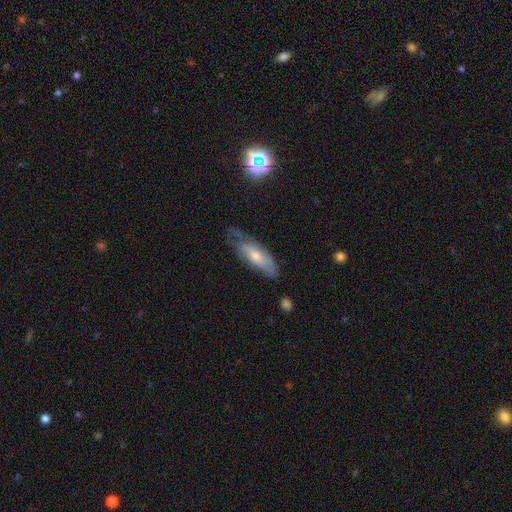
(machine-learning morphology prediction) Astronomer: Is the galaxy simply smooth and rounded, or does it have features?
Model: smooth — 50% (runner-up: featured or disk, 42%).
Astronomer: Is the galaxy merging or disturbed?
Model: none — 53% (runner-up: minor disturbance, 32%).